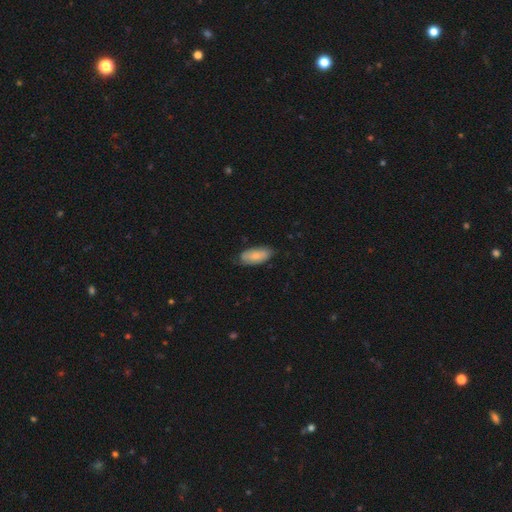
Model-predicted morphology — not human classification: smooth-or-featured: smooth: 77% | featured or disk: 17% | star or artifact: 6%
  how-rounded: in between: 91% | cigar-shaped: 7% | round: 2%
  merging: none: 68% | minor disturbance: 26% | major disturbance: 5% | merger: 1%